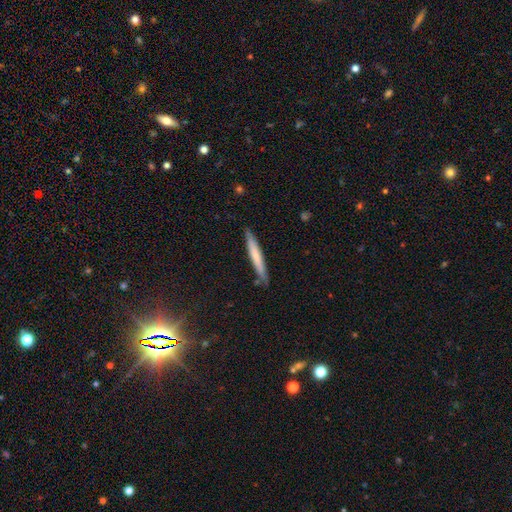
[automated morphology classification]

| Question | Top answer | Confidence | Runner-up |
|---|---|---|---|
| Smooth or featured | smooth | 65% | featured or disk (29%) |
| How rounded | cigar-shaped | 95% | in between (4%) |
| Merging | none | 85% | minor disturbance (12%) |